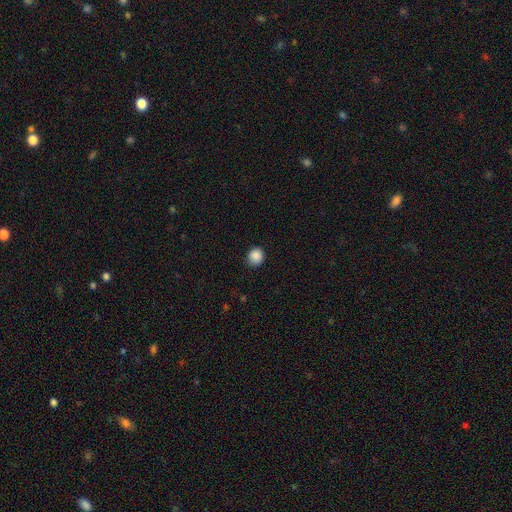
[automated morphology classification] smooth-or-featured: smooth: 88% | star or artifact: 9% | featured or disk: 3%
  how-rounded: round: 88% | in between: 11% | cigar-shaped: 1%
  merging: none: 87% | minor disturbance: 10% | major disturbance: 2% | merger: 1%